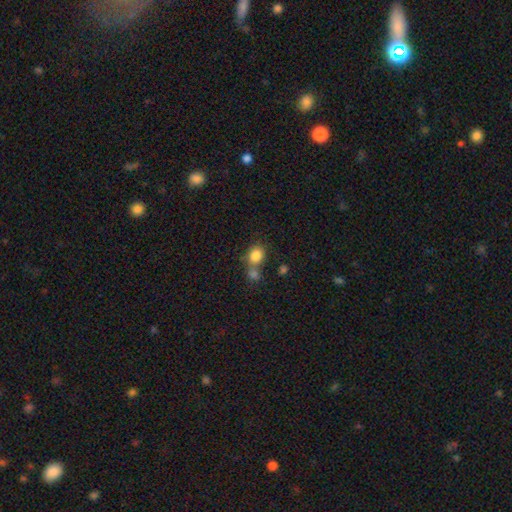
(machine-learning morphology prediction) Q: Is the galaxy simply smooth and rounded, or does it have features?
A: smooth — 83%.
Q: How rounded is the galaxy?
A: round — 60%.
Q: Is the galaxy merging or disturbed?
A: none — 47%.